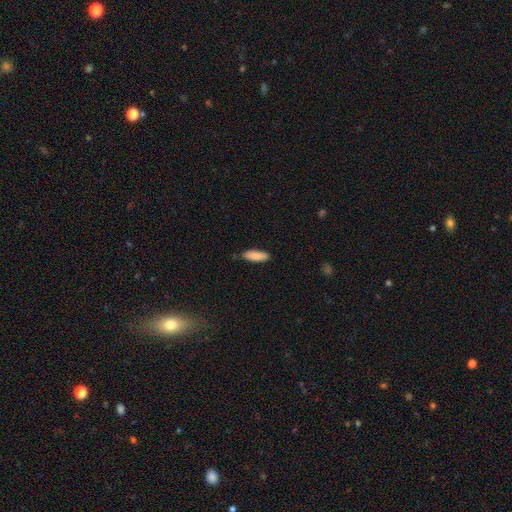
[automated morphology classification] A smooth galaxy with no disk features (88%) that is in between round and cigar-shaped (49%, tied with cigar-shaped).

Vote fractions:
- Smooth or featured? smooth: 88% / star or artifact: 6% / featured or disk: 6%
- How rounded? in between: 49% (tied) / cigar-shaped: 49% (tied) / round: 1%
- Merging? none: 83% / minor disturbance: 13% / major disturbance: 2% / merger: 2%